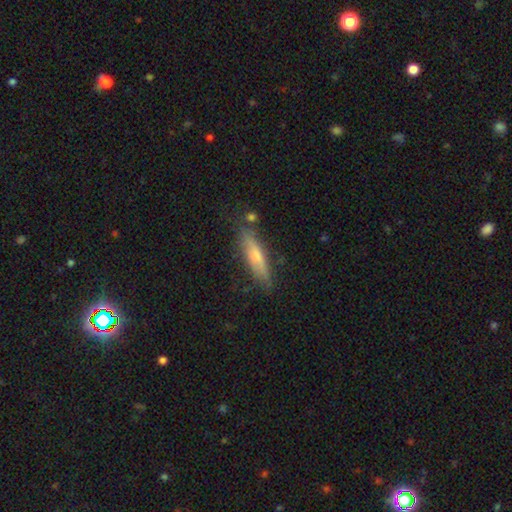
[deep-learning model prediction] Q: Smooth or featured?
A: smooth (56%); runner-up: featured or disk (37%)
Q: How rounded?
A: cigar-shaped (80%); runner-up: in between (18%)
Q: Merging?
A: none (78%); runner-up: minor disturbance (15%)